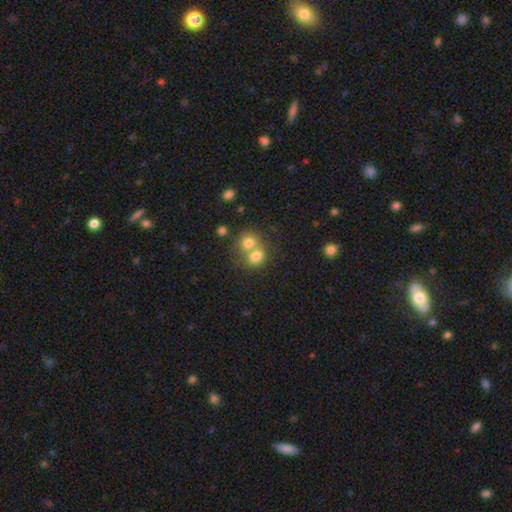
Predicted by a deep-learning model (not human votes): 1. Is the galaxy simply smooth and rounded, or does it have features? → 74% smooth, 14% featured or disk, 11% star or artifact.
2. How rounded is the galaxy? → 65% round, 34% in between, 1% cigar-shaped.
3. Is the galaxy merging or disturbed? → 61% merger, 29% none, 6% minor disturbance, 3% major disturbance.